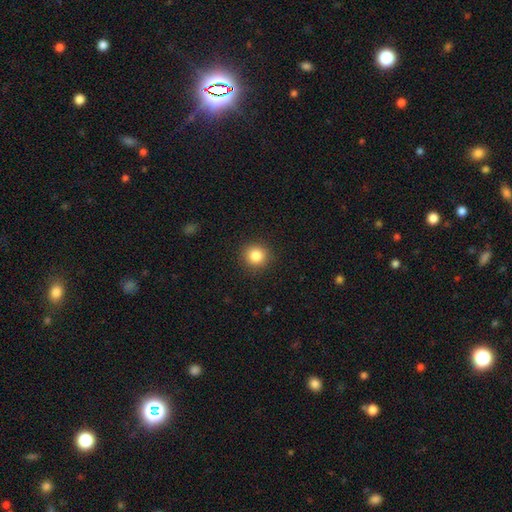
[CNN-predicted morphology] This appears to be a smooth galaxy with no disk features (84%) that is round (92%). Merging: none (91%).